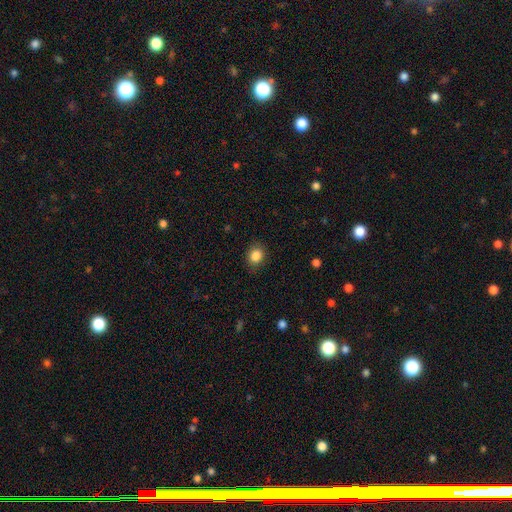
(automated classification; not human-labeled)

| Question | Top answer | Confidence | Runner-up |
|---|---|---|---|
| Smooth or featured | smooth | 85% | star or artifact (10%) |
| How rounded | round | 60% | in between (40%) |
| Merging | none | 85% | minor disturbance (11%) |